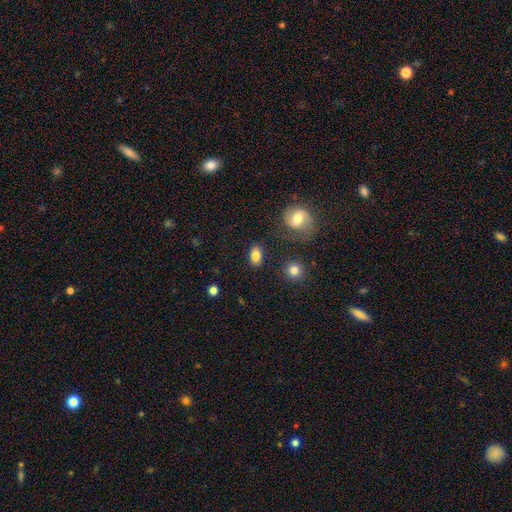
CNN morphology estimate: This appears to be a smooth galaxy with no disk features (83%) that is in between round and cigar-shaped (86%). Merging: none (83%).